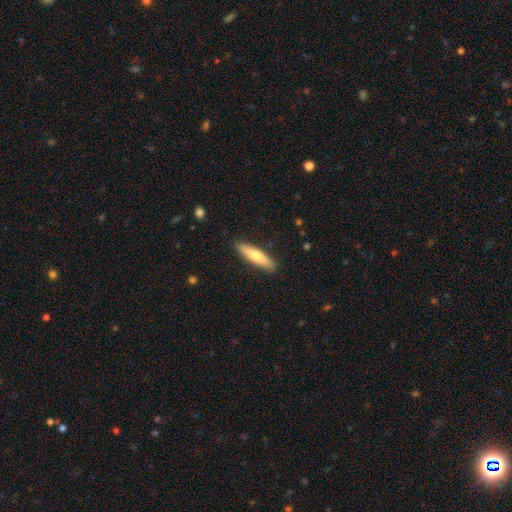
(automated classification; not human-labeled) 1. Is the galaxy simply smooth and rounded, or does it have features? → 71% smooth, 24% featured or disk, 5% star or artifact.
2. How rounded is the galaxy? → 80% cigar-shaped, 19% in between, 1% round.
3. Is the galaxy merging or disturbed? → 89% none, 8% minor disturbance, 2% major disturbance, 1% merger.